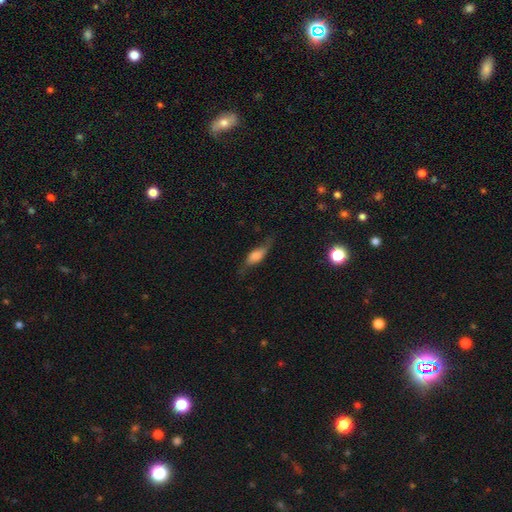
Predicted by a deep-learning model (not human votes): Smooth or featured?
  - smooth: 51% *
  - featured or disk: 41%
  - star or artifact: 9%
How rounded?
  - in between: 64% *
  - cigar-shaped: 31%
  - round: 5%
Merging?
  - none: 60% *
  - minor disturbance: 26%
  - major disturbance: 12%
  - merger: 2%